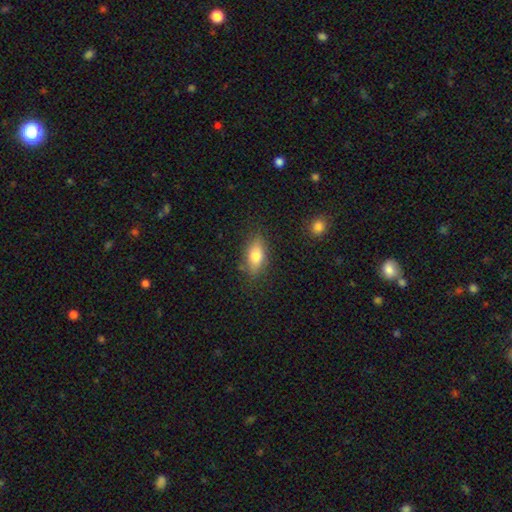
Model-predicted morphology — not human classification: Smooth or featured? Predicted: smooth (p=0.73). How rounded? Predicted: in between (p=0.81). Merging? Predicted: none (p=0.80).